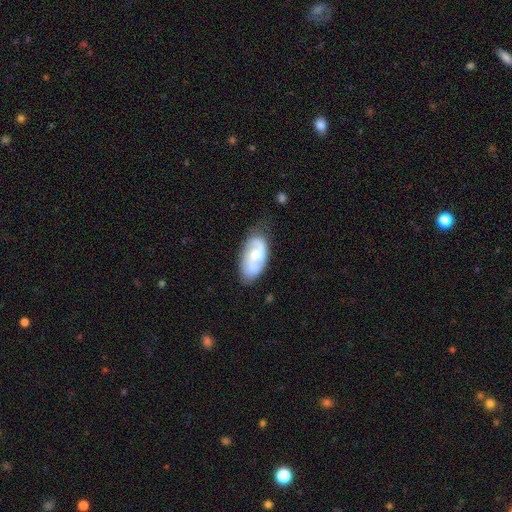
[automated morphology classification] Overall: featured or disk (69%). Edge-on disk: no (96%). Bar: no (57%; weak 37%). Spiral arms: yes (92%). Spiral arm count: 2 (78%). Spiral winding: medium (48%; tight 30%). Bulge size: moderate (43%; small 39%). Merging: none (69%).